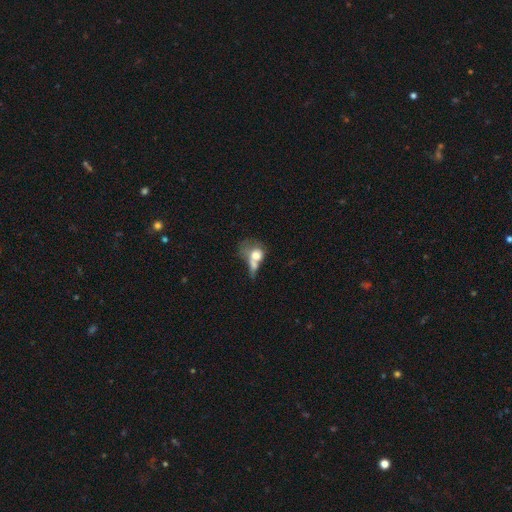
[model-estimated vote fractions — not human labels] Overall: smooth (64%; featured or disk 26%). How rounded: in between (49%; round 47%). Merging: merger (48%; major disturbance 27%).